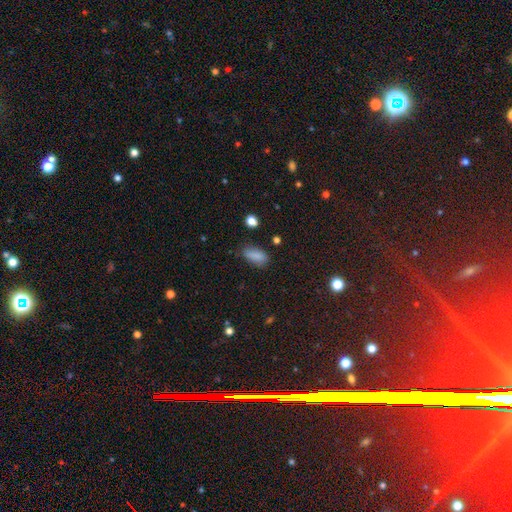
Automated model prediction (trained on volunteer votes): Smooth or featured? Predicted: smooth (p=0.84). How rounded? Predicted: in between (p=0.84). Merging? Predicted: none (p=0.70).